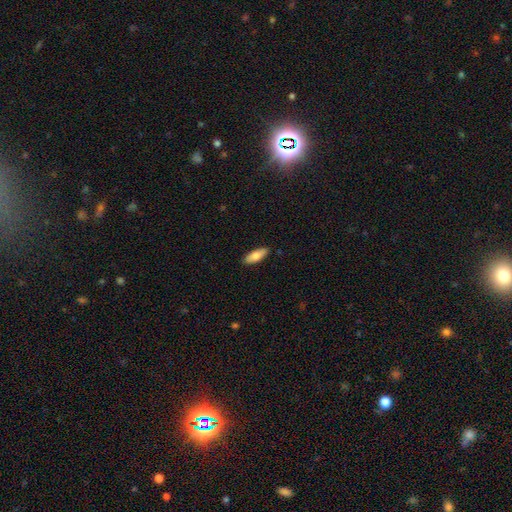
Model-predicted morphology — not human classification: Overall: smooth (80%). How rounded: in between (67%; cigar-shaped 31%). Merging: none (88%).